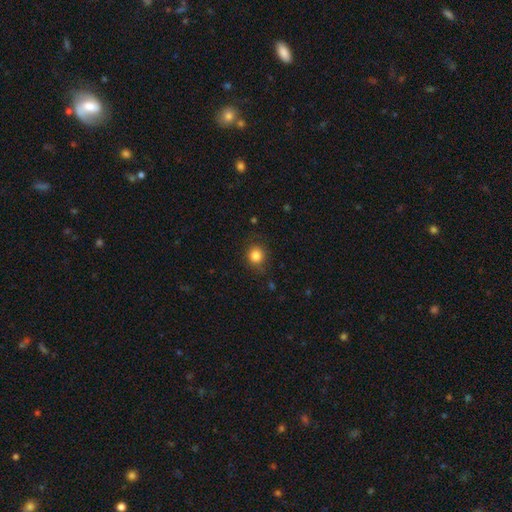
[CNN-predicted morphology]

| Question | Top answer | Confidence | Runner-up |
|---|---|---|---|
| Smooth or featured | smooth | 84% | star or artifact (11%) |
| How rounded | round | 80% | in between (19%) |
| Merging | none | 81% | minor disturbance (14%) |